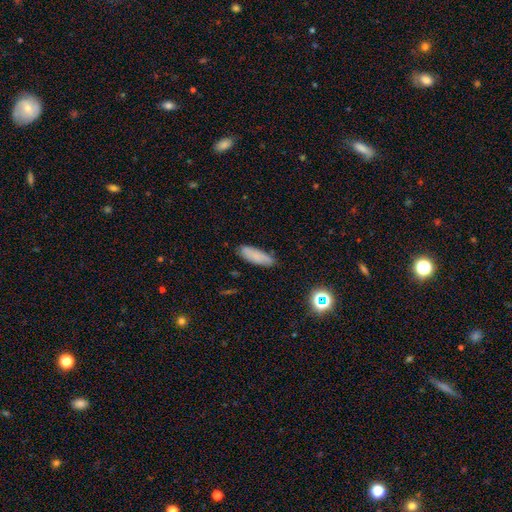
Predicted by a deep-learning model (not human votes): Smooth or featured?
  - smooth: 80% *
  - featured or disk: 10%
  - star or artifact: 10%
How rounded?
  - cigar-shaped: 50% *
  - in between: 48%
  - round: 2%
Merging?
  - none: 81% *
  - minor disturbance: 14%
  - major disturbance: 3%
  - merger: 2%